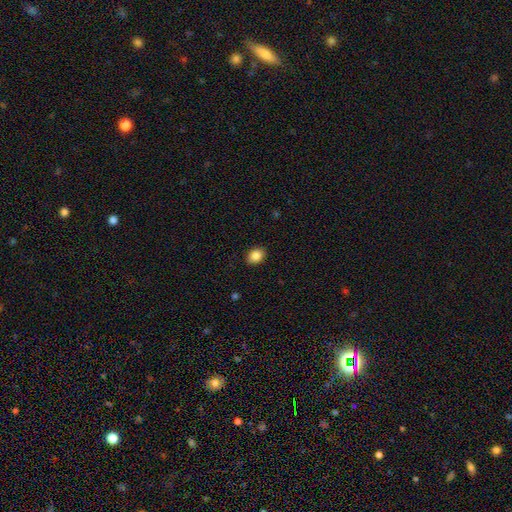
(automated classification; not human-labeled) A smooth galaxy with no disk features (87%) that is in between round and cigar-shaped (66%). Merging: none (89%).